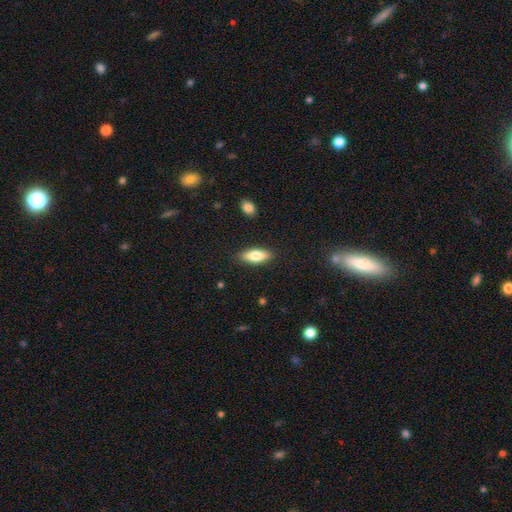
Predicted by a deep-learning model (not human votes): Q: Smooth or featured?
A: smooth (78%); runner-up: featured or disk (16%)
Q: How rounded?
A: in between (76%); runner-up: cigar-shaped (22%)
Q: Merging?
A: none (87%); runner-up: minor disturbance (10%)